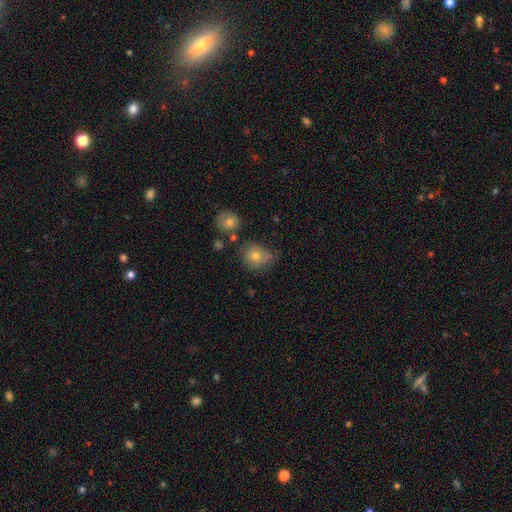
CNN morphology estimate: Smooth or featured? Predicted: smooth (p=0.71). How rounded? Predicted: round (p=0.76). Merging? Predicted: none (p=0.63).